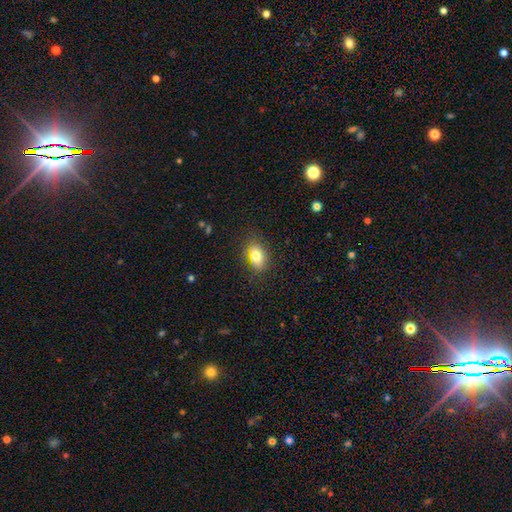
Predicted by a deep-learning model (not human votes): Q: Smooth or featured?
A: smooth (79%); runner-up: star or artifact (11%)
Q: How rounded?
A: in between (82%); runner-up: round (16%)
Q: Merging?
A: none (78%); runner-up: minor disturbance (15%)